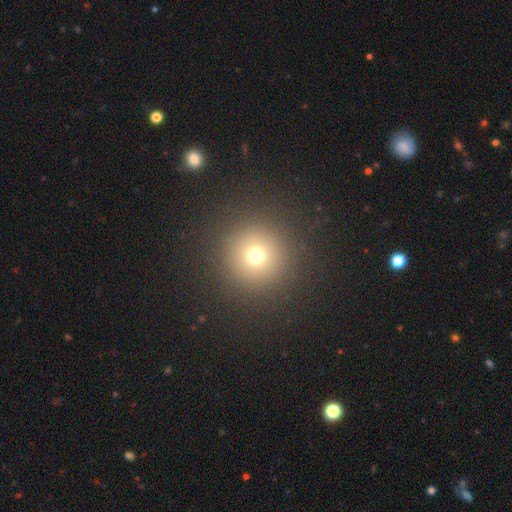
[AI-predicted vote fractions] Smooth or featured? Predicted: smooth (p=0.71). How rounded? Predicted: round (p=0.96). Merging? Predicted: none (p=0.90).